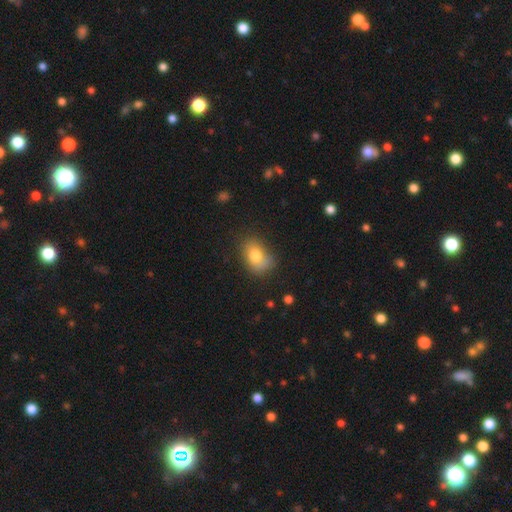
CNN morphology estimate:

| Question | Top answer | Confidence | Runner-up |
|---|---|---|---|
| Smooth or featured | smooth | 78% | featured or disk (13%) |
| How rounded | in between | 78% | round (21%) |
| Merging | none | 61% | minor disturbance (27%) |